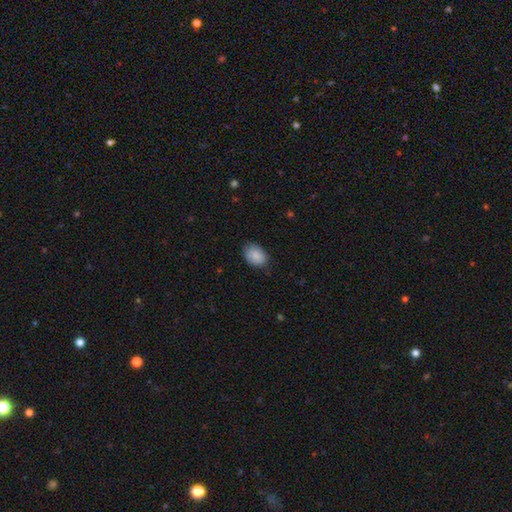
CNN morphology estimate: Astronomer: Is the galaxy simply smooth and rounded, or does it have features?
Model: smooth — 88%.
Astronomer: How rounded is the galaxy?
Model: in between — 76%.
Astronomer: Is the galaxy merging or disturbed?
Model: none — 77%.